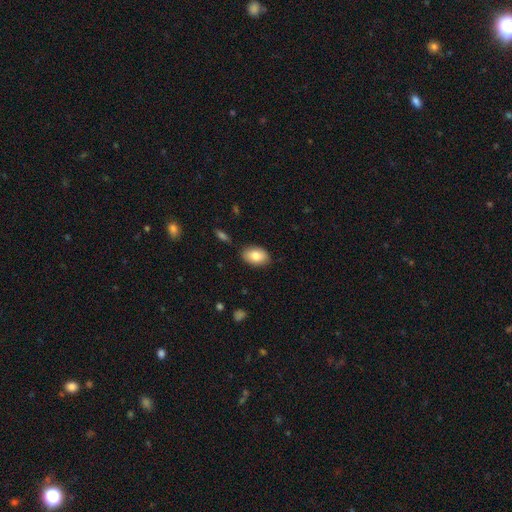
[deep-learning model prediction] Smooth or featured: smooth — 81% (featured or disk — 11%)
How rounded: in between — 89% (round — 9%)
Merging: none — 83% (minor disturbance — 13%)